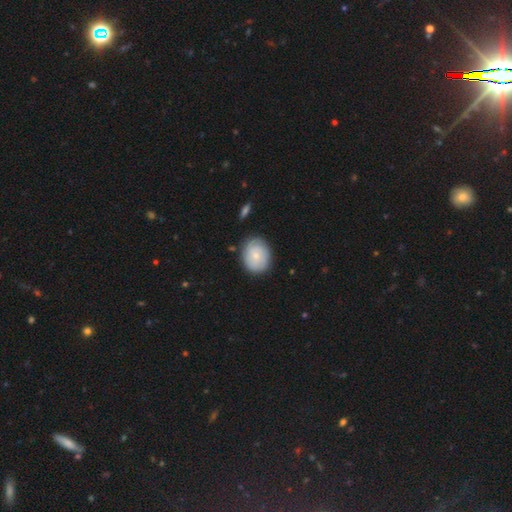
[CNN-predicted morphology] This appears to be a smooth galaxy with no disk features (53%) that is round (50%). Merging: none (80%).